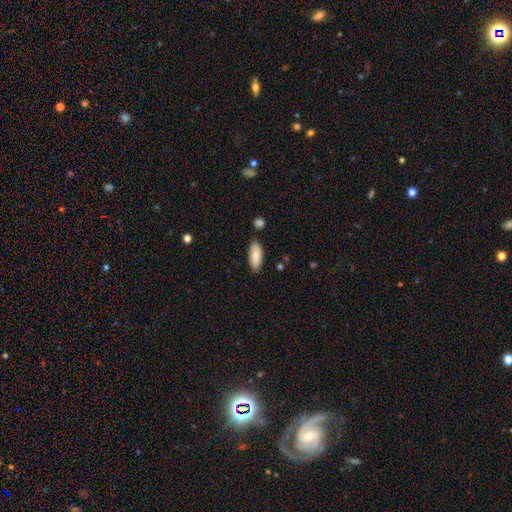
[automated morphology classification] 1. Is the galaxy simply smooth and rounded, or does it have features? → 83% smooth, 11% featured or disk, 6% star or artifact.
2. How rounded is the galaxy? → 79% in between, 19% cigar-shaped, 2% round.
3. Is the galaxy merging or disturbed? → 82% none, 12% minor disturbance, 3% merger, 2% major disturbance.